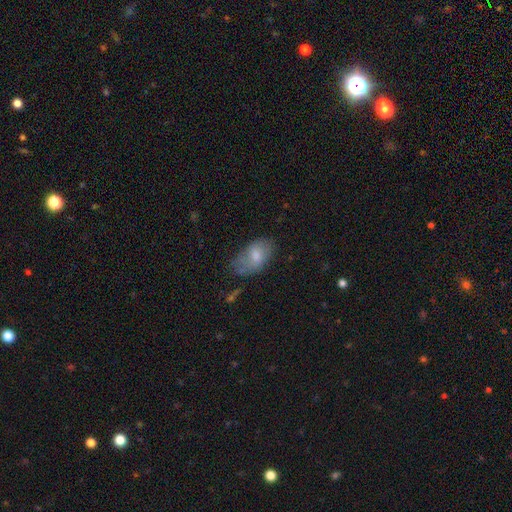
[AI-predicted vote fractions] Smooth or featured: smooth — 70% (featured or disk — 22%)
How rounded: in between — 92% (round — 6%)
Merging: none — 52% (minor disturbance — 32%)